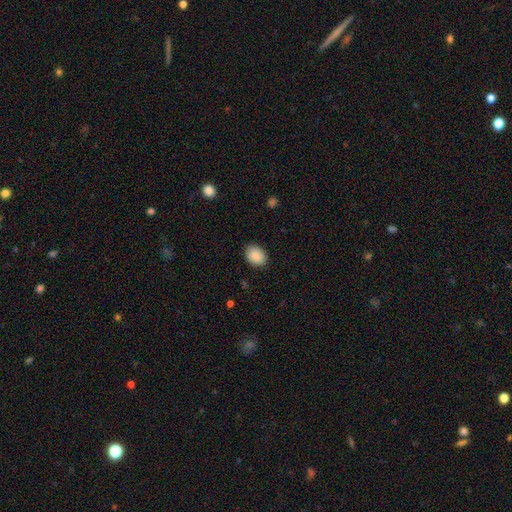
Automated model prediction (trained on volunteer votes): smooth_or_featured: smooth (p=0.90) [alt: star or artifact p=0.07]
how_rounded: in between (p=0.69) [alt: round p=0.30]
merging: none (p=0.87) [alt: minor disturbance p=0.09]